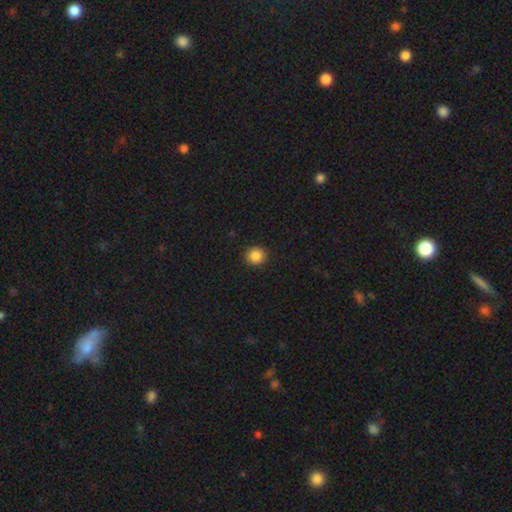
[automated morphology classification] A smooth galaxy with no disk features (87%) that is round (92%).

Vote fractions:
- Smooth or featured? smooth: 87% / star or artifact: 10% / featured or disk: 3%
- How rounded? round: 92% / in between: 7% / cigar-shaped: 1%
- Merging? none: 92% / minor disturbance: 6% / major disturbance: 2% / merger: 1%